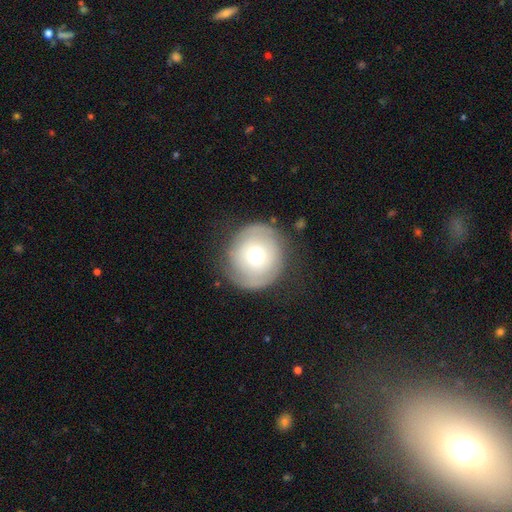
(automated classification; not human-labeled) This is possibly a smooth galaxy (53%). How rounded: clearly round (92%). Merging: likely none (74%).